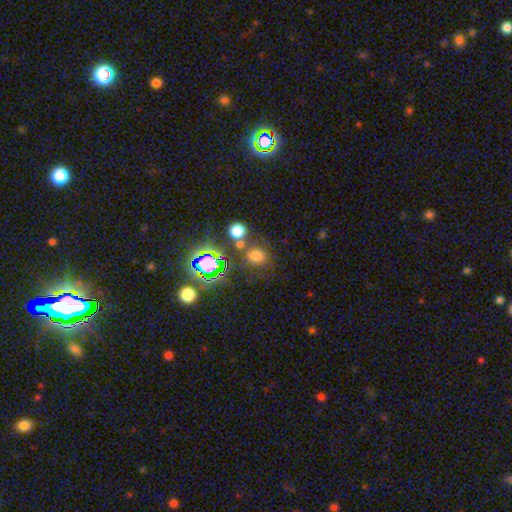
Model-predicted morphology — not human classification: This appears to be a smooth galaxy with no disk features (66%) that is round (66%). Merging: none (67%).